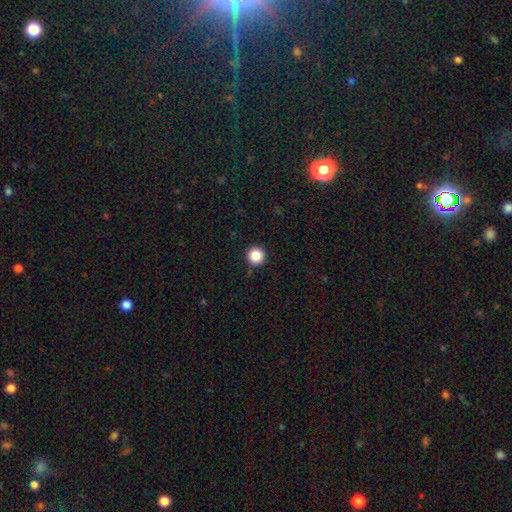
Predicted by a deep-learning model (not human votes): Smooth or featured?
  - smooth: 87% *
  - star or artifact: 10%
  - featured or disk: 3%
How rounded?
  - round: 96% *
  - in between: 3%
  - cigar-shaped: 1%
Merging?
  - none: 92% *
  - minor disturbance: 5%
  - major disturbance: 2%
  - merger: 1%